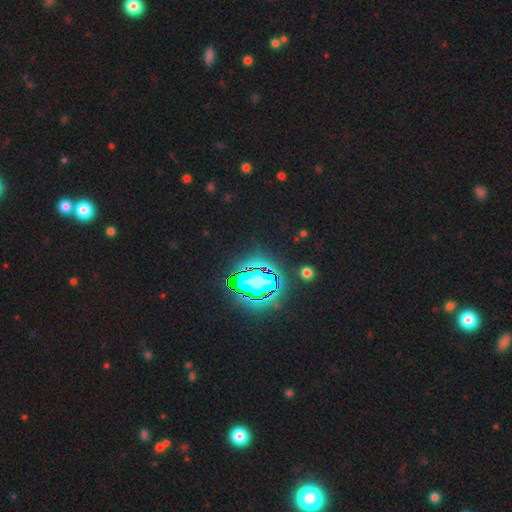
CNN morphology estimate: Smooth or featured? star or artifact (75%)